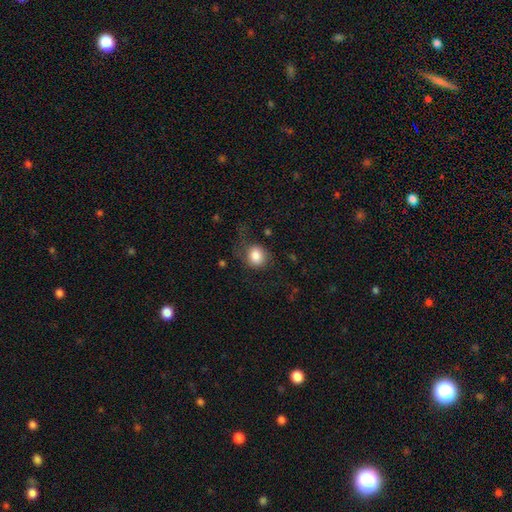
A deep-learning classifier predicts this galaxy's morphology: Overall: smooth (80%). How rounded: round (72%). Merging: none (58%; minor disturbance 21%).